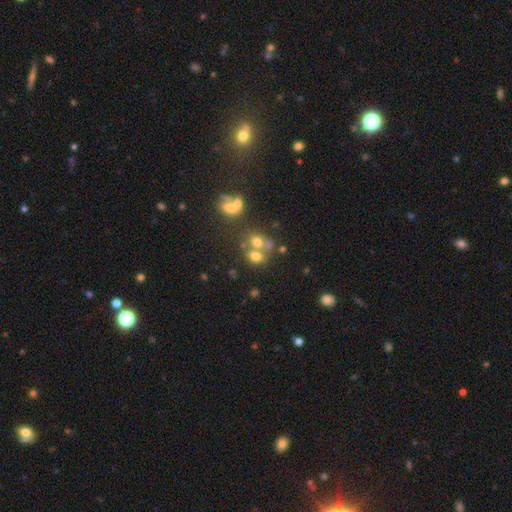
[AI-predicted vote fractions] Smooth or featured? Predicted: smooth (p=0.65). How rounded? Predicted: round (p=0.53). Merging? Predicted: merger (p=0.47).